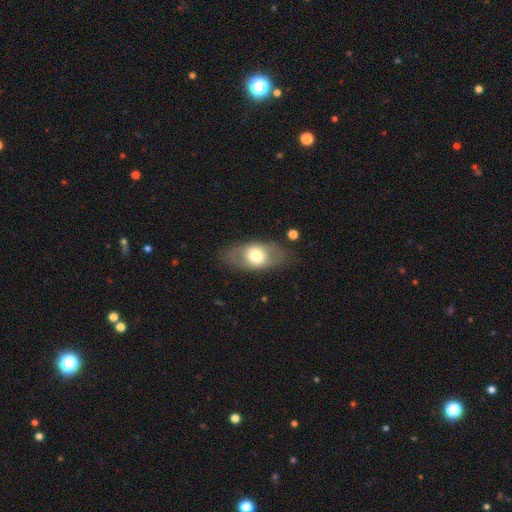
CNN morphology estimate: The model was most divided on "smooth or featured": smooth: 55%, featured or disk: 38%, star or artifact: 6%. More confident: how rounded — in between (87%); merging — none (78%).